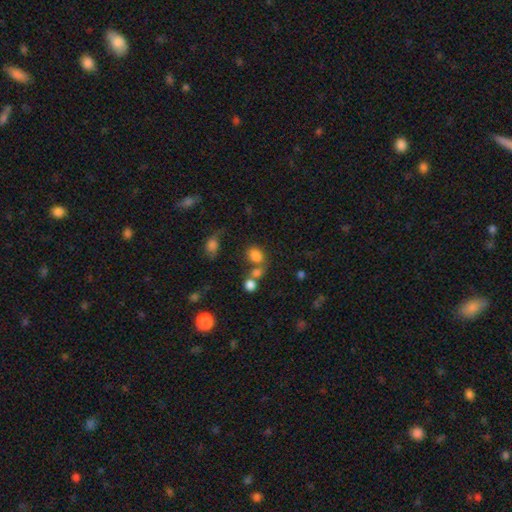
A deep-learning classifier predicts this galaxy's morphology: smooth-or-featured: smooth: 80% | star or artifact: 13% | featured or disk: 7%
  how-rounded: in between: 54% | round: 45% | cigar-shaped: 1%
  merging: none: 50% | merger: 30% | minor disturbance: 13% | major disturbance: 7%